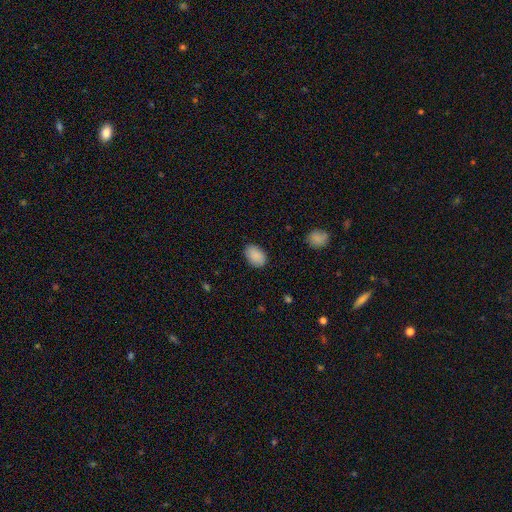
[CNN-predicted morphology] smooth 90%, star or artifact 7%, featured or disk 4%. Down the decision tree: how rounded — in between (87%); merging — none (86%).